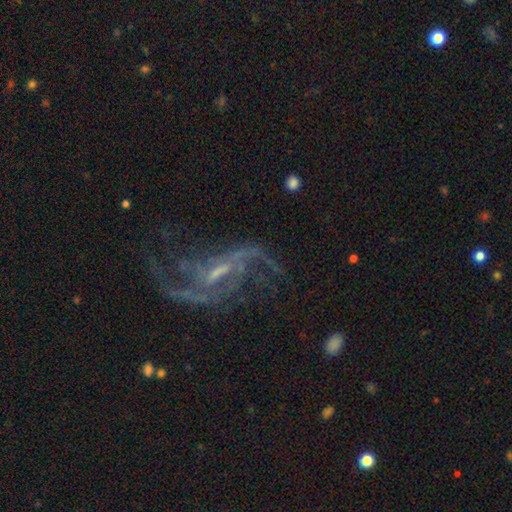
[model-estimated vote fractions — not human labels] Overall: featured or disk (85%). Edge-on disk: no (95%). Bar: weak (49%; no 26%). Spiral arms: yes (95%). Spiral arm count: 2 (64%). Spiral winding: loose (69%). Bulge size: small (60%; moderate 23%). Merging: none (59%; major disturbance 21%).